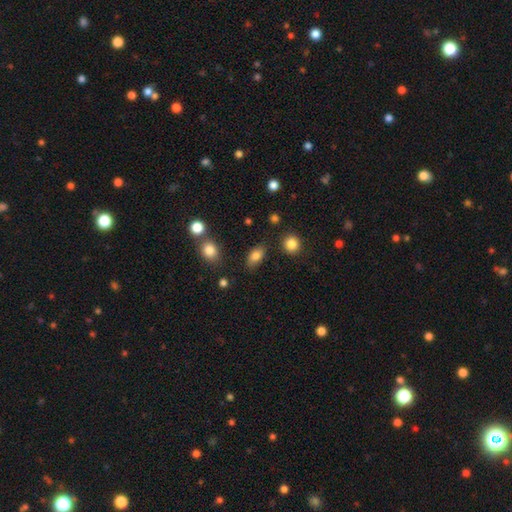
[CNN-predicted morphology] Smooth or featured? smooth (82%)
How rounded? in between (87%)
Merging? none (81%)